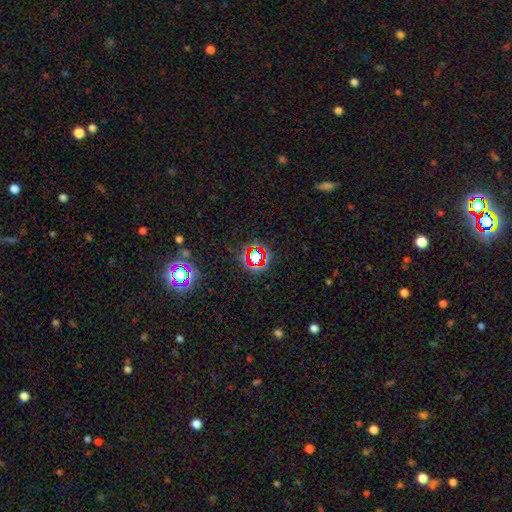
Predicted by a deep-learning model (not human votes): Q: Smooth or featured?
A: star or artifact (68%); runner-up: smooth (20%)